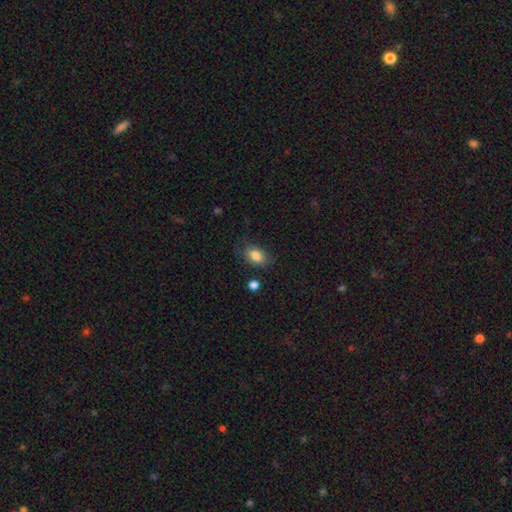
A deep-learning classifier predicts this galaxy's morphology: The model was most divided on "merging": none: 73%, minor disturbance: 19%, major disturbance: 6%, merger: 3%. More confident: how rounded — in between (86%); smooth or featured — smooth (84%).